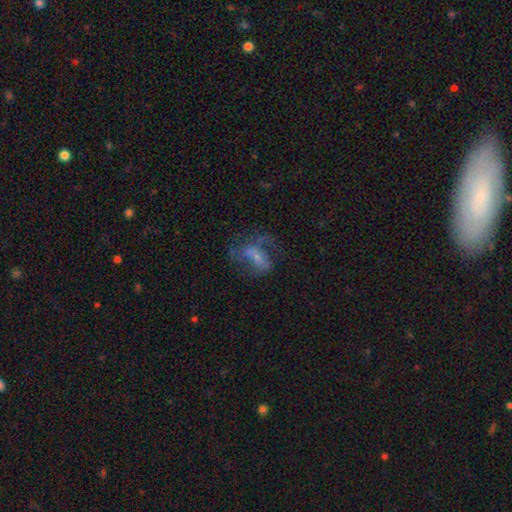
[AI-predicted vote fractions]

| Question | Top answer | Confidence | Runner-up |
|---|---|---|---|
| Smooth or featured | featured or disk | 53% | smooth (34%) |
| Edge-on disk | no | 93% | yes (7%) |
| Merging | major disturbance | 40% | none (35%) |